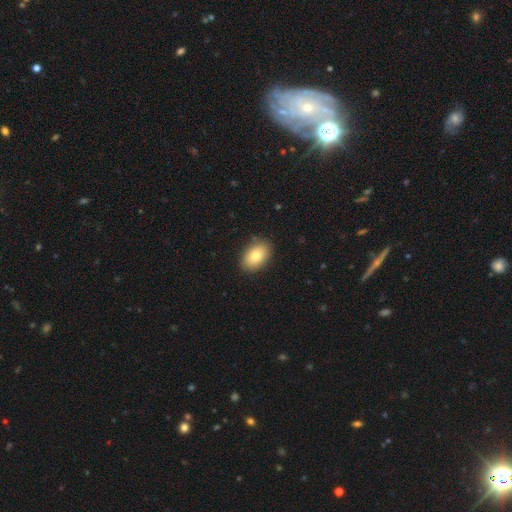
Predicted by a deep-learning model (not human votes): This is likely a smooth galaxy (79%). How rounded: clearly in between (85%). Merging: clearly none (87%).